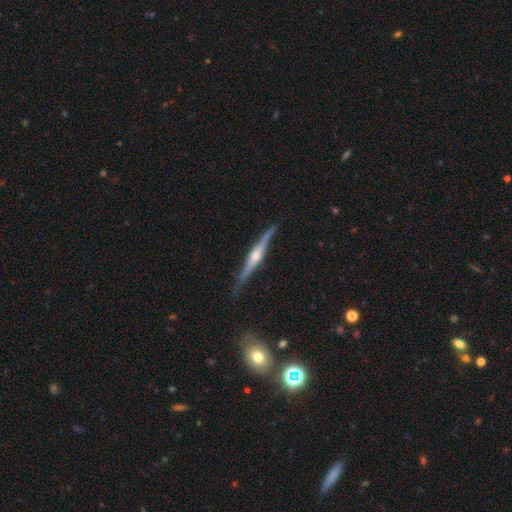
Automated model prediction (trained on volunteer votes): featured or disk 82%, smooth 13%, star or artifact 5%. Down the decision tree: edge-on disk — yes (98%); edge-on bulge — rounded (84%); merging — none (84%).